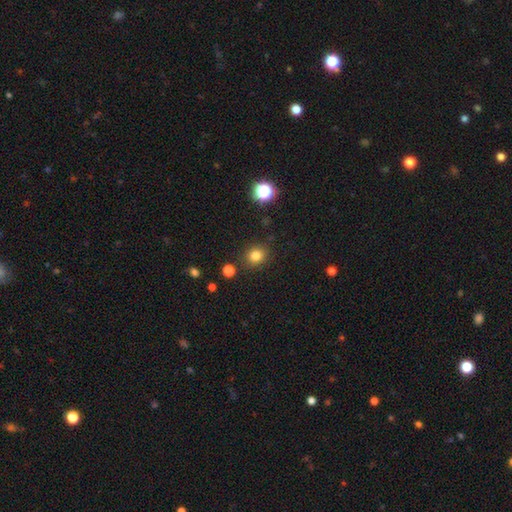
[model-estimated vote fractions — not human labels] This is clearly a smooth galaxy (81%). How rounded: likely round (78%). Merging: clearly none (87%).